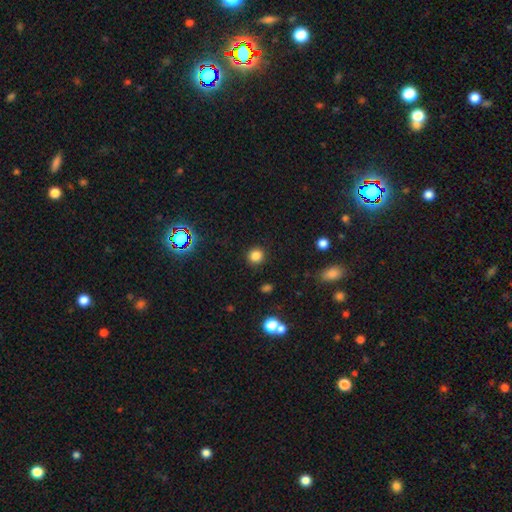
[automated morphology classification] Smooth or featured? Predicted: smooth (p=0.81). How rounded? Predicted: round (p=0.93). Merging? Predicted: none (p=0.91).